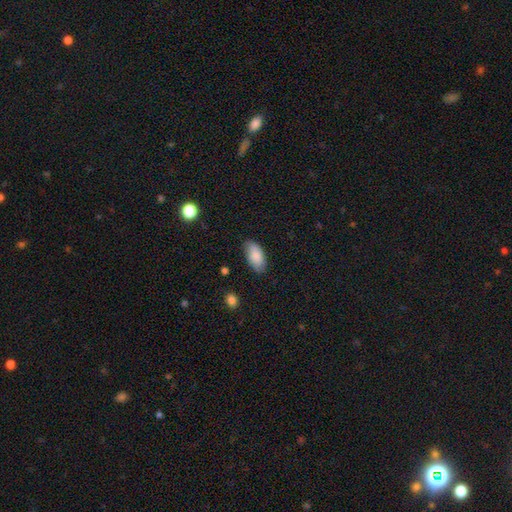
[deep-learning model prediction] Morphology: type=smooth (85%); roundness=in between (93%); merging=none (79%).